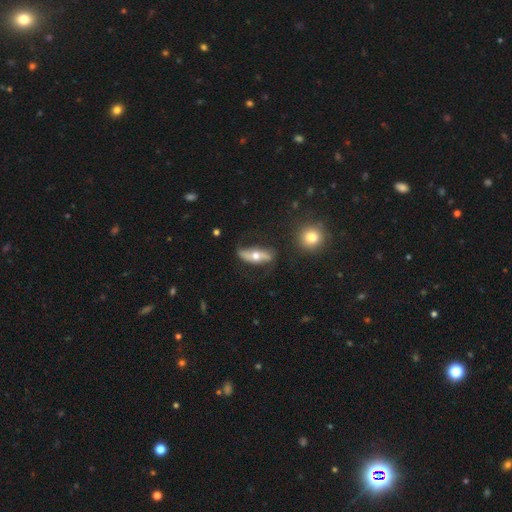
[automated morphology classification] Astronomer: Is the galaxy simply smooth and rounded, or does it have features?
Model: featured or disk — 62%.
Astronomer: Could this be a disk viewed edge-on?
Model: no — 63%.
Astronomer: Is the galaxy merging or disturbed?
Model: none — 66%.